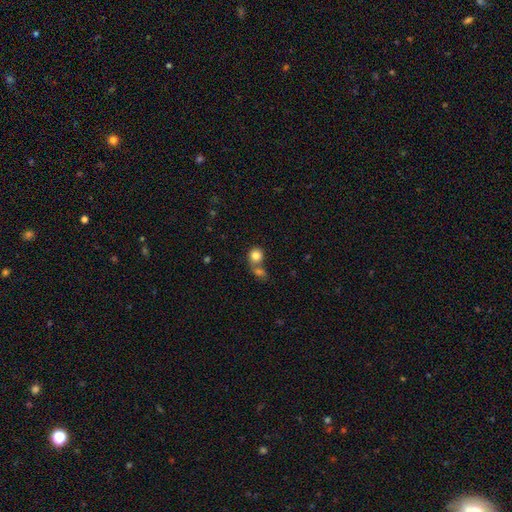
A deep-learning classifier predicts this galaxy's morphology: A smooth galaxy with no disk features (82%) that is round (83%). Merging: merger (45%).